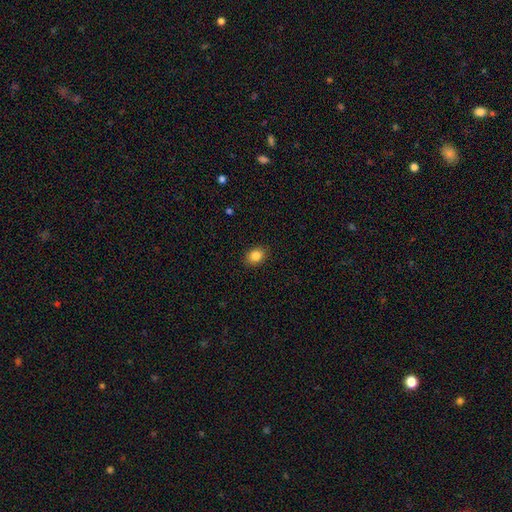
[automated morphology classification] smooth_or_featured: smooth (p=0.84) [alt: star or artifact p=0.10]
how_rounded: in between (p=0.53) [alt: round p=0.46]
merging: none (p=0.89) [alt: minor disturbance p=0.08]